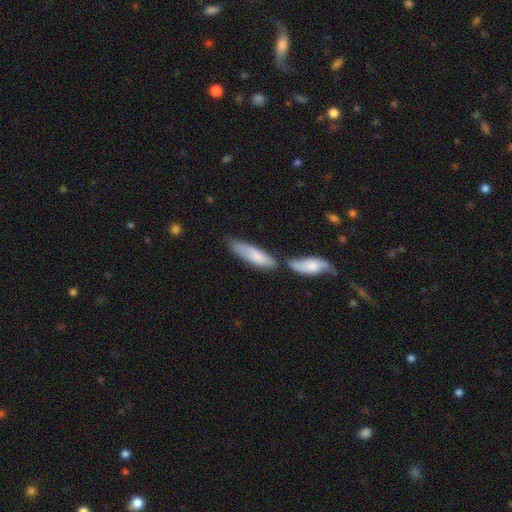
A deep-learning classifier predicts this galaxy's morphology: Overall: smooth (75%). How rounded: cigar-shaped (60%; in between 38%). Merging: none (45%; merger 33%).